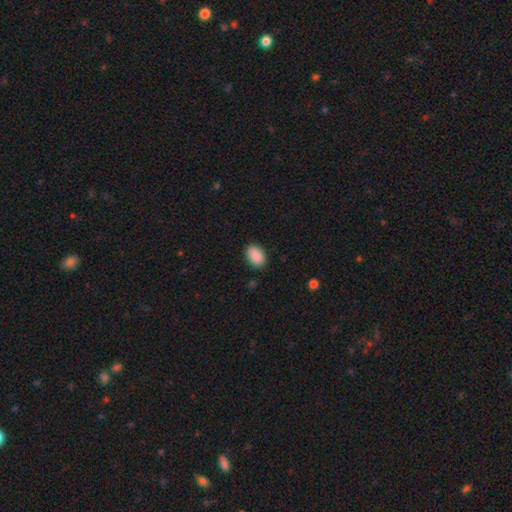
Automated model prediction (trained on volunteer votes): smooth_or_featured: smooth (p=0.90) [alt: star or artifact p=0.07]
how_rounded: in between (p=0.86) [alt: round p=0.12]
merging: none (p=0.87) [alt: minor disturbance p=0.10]